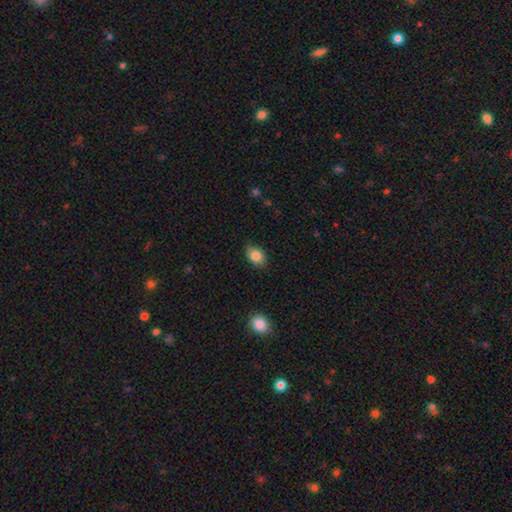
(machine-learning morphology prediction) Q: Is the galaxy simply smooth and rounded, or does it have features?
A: smooth — 86%.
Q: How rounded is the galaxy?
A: in between — 79%.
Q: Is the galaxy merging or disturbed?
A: none — 84%.